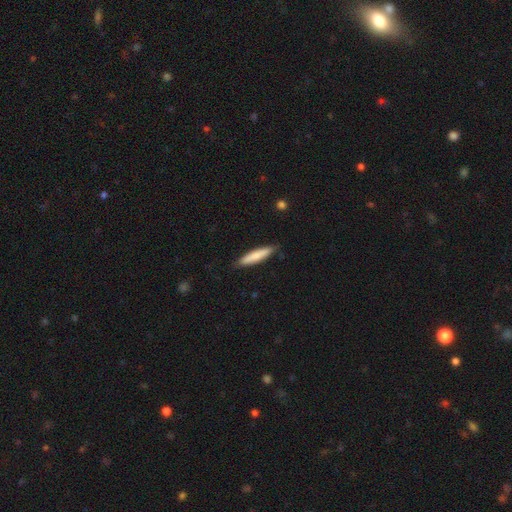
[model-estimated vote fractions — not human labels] Smooth or featured? smooth (77%)
How rounded? cigar-shaped (85%)
Merging? none (85%)